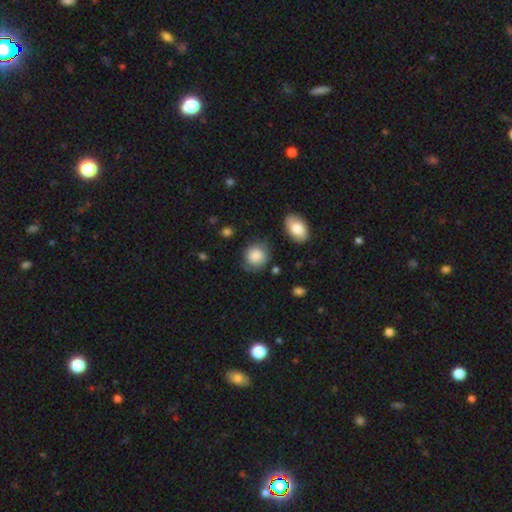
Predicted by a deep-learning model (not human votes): This is clearly a smooth galaxy (83%). How rounded: clearly round (81%). Merging: likely none (70%).